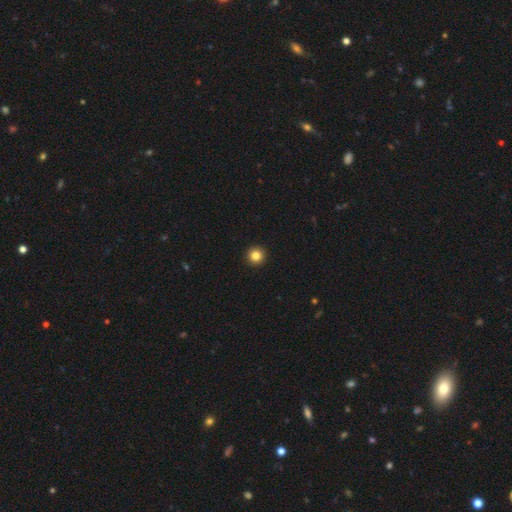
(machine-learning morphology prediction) smooth 84%, star or artifact 11%, featured or disk 5%. Down the decision tree: how rounded — round (96%); merging — none (94%).